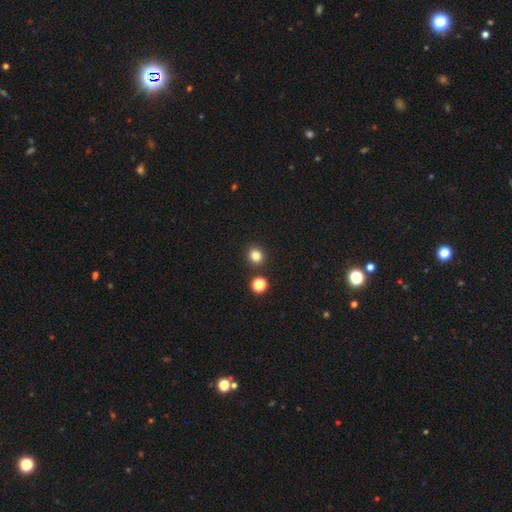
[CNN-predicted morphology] smooth_or_featured: smooth (p=0.82) [alt: star or artifact p=0.14]
how_rounded: round (p=0.83) [alt: in between p=0.16]
merging: none (p=0.88) [alt: minor disturbance p=0.06]